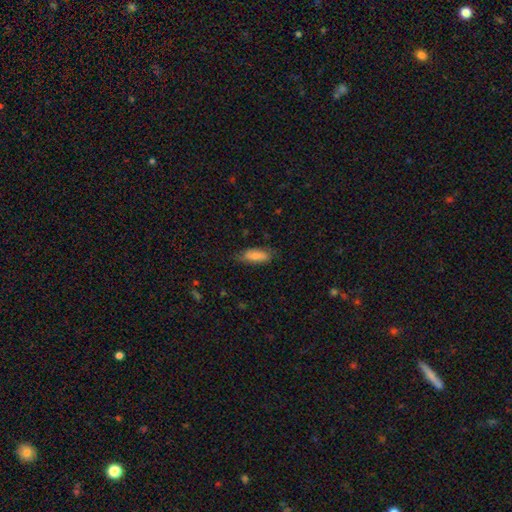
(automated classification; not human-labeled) Overall: smooth (74%). How rounded: in between (75%). Merging: none (72%).